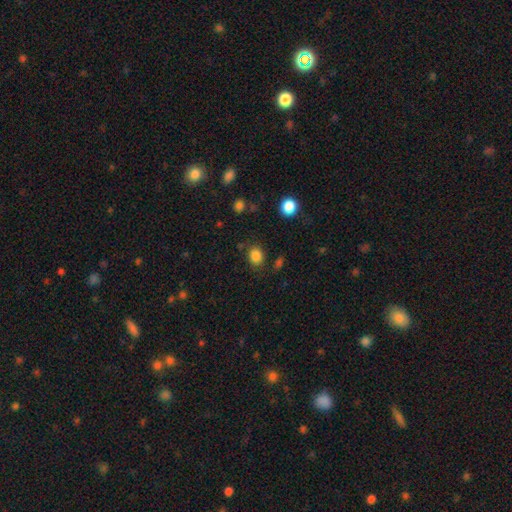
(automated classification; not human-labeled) Smooth or featured? Predicted: smooth (p=0.84). How rounded? Predicted: round (p=0.57). Merging? Predicted: none (p=0.80).